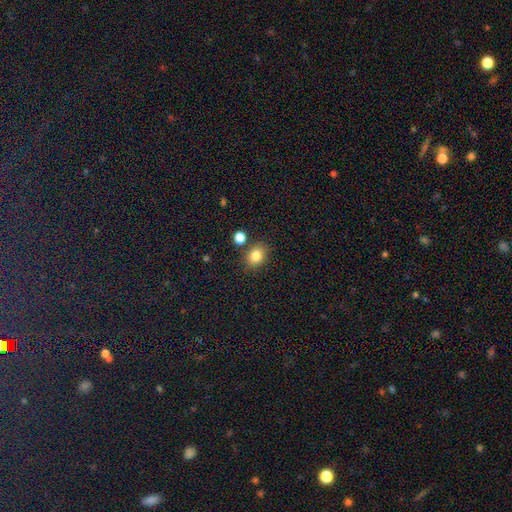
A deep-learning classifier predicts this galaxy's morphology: Overall: smooth (82%). How rounded: in between (52%; round 47%). Merging: none (79%).